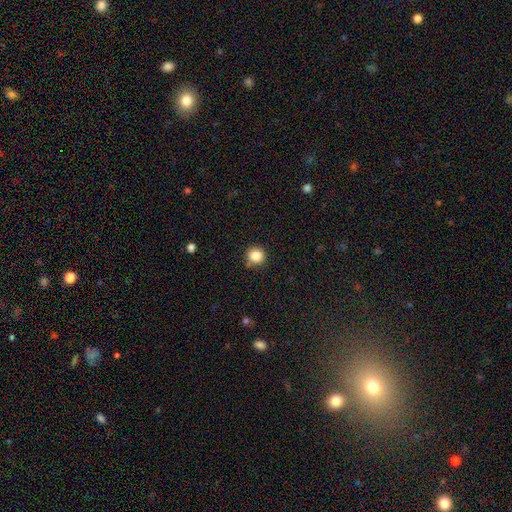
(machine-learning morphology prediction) smooth 85%, star or artifact 11%, featured or disk 4%. Down the decision tree: how rounded — round (90%); merging — none (83%).